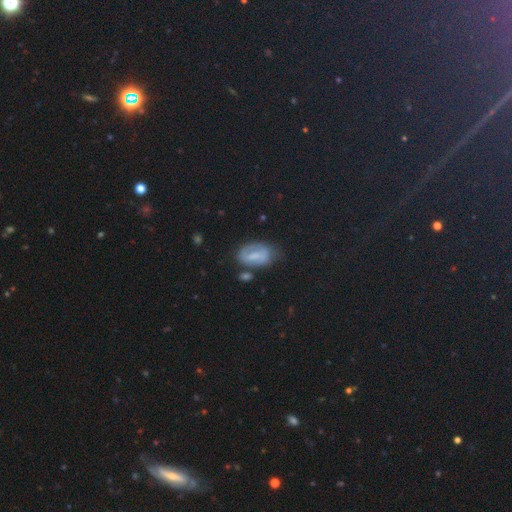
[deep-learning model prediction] Smooth or featured? featured or disk (42%)
Merging? none (54%)